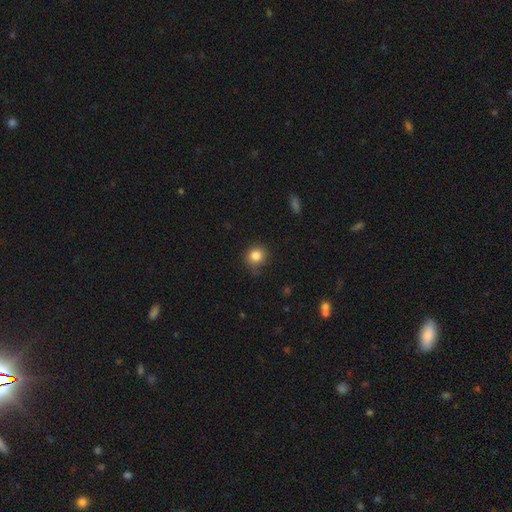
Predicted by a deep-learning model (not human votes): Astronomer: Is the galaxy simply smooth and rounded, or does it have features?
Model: smooth — 84%.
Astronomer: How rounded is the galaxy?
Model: round — 89%.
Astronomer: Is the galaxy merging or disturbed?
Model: none — 78%.